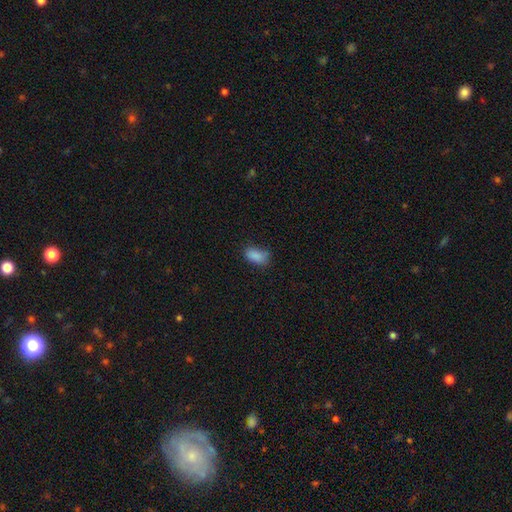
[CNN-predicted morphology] Smooth or featured? Predicted: smooth (p=0.86). How rounded? Predicted: in between (p=0.90). Merging? Predicted: none (p=0.64).